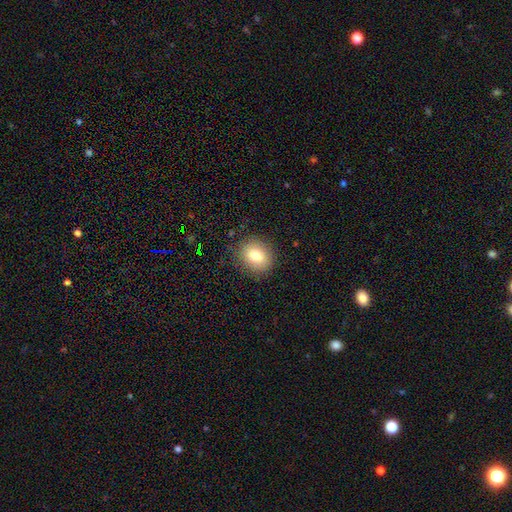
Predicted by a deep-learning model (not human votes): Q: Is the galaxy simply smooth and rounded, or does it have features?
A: smooth — 78%.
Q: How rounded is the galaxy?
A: round — 63%.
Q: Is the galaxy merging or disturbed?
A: none — 87%.